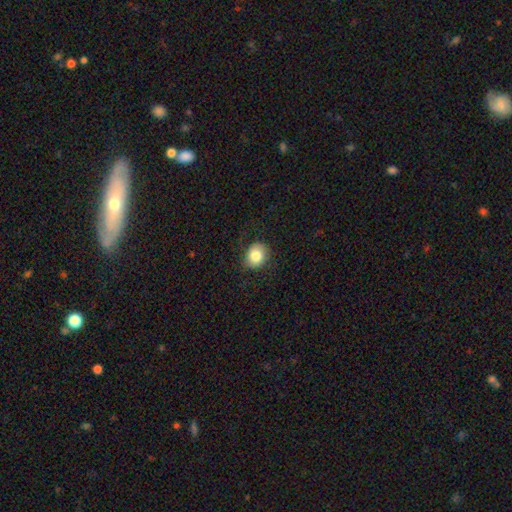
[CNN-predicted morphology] The model was most divided on "how rounded": round: 61%, in between: 38%, cigar-shaped: 1%. More confident: smooth or featured — smooth (82%); merging — none (79%).